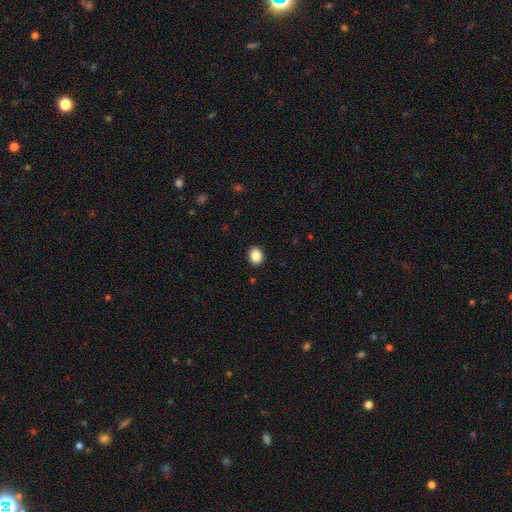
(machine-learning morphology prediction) The model was most divided on "how rounded": round: 57%, in between: 42%, cigar-shaped: 1%. More confident: merging — none (91%); smooth or featured — smooth (87%).